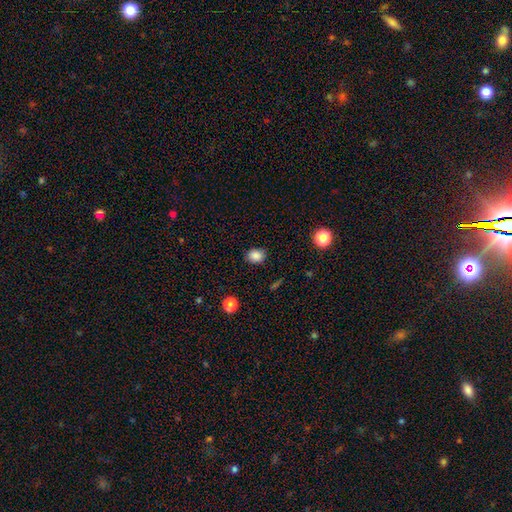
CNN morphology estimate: Q: Smooth or featured?
A: smooth (86%); runner-up: star or artifact (11%)
Q: How rounded?
A: round (50%); runner-up: in between (49%)
Q: Merging?
A: none (86%); runner-up: minor disturbance (10%)